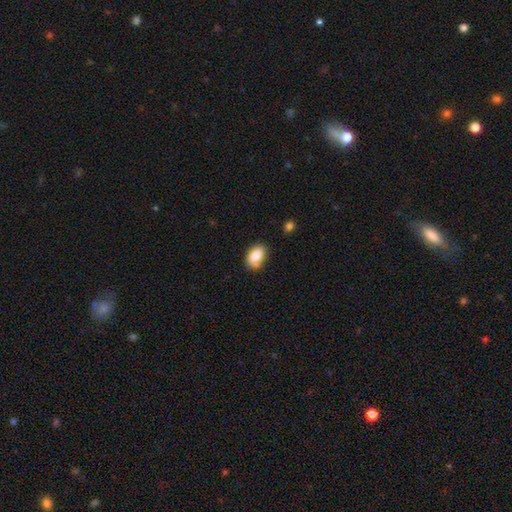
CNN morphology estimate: Overall: smooth (83%). How rounded: in between (81%). Merging: none (74%).